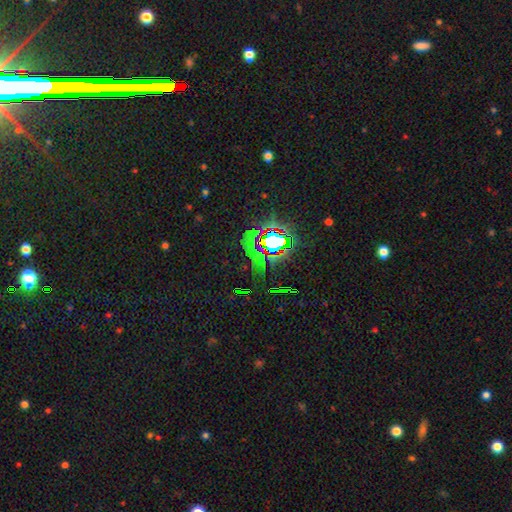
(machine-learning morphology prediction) smooth-or-featured: star or artifact: 81% | smooth: 10% | featured or disk: 9%